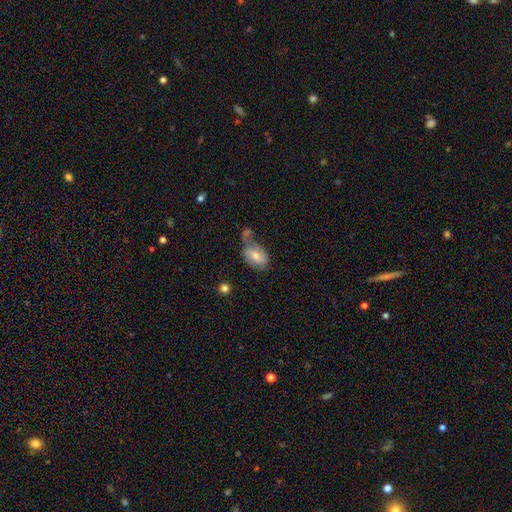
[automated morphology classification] Q: Smooth or featured?
A: smooth (66%); runner-up: featured or disk (27%)
Q: How rounded?
A: in between (86%); runner-up: round (12%)
Q: Merging?
A: none (38%); runner-up: merger (24%)